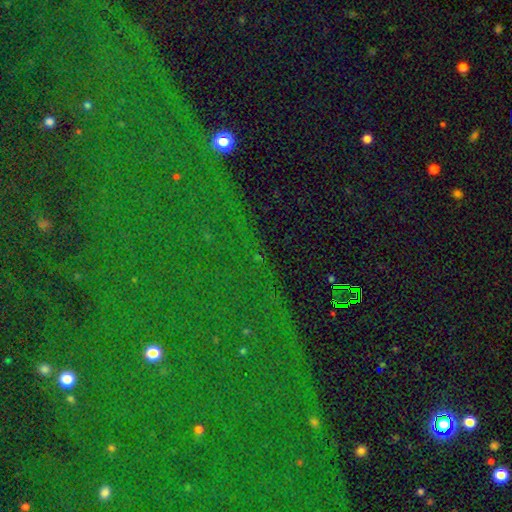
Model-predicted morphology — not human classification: smooth_or_featured: star or artifact (p=0.84) [alt: smooth p=0.08]